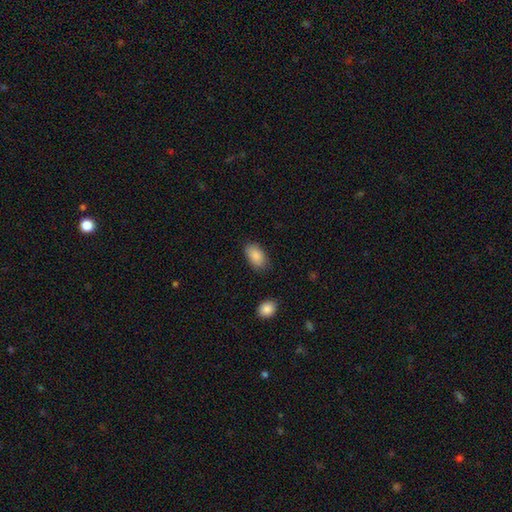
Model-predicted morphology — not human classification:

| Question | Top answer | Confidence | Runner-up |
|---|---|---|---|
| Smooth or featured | smooth | 88% | star or artifact (7%) |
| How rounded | in between | 93% | round (5%) |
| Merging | none | 81% | minor disturbance (14%) |